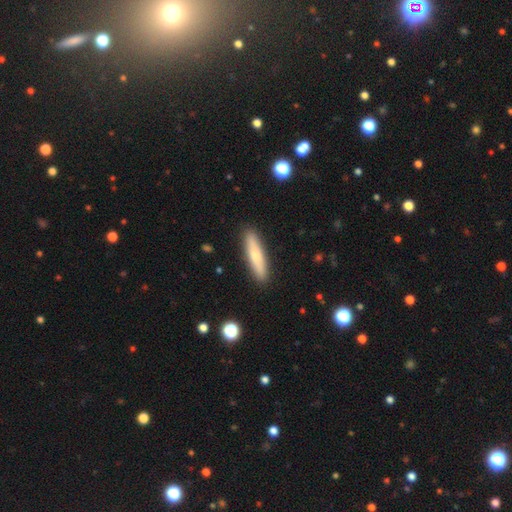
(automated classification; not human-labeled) Overall: smooth (62%; featured or disk 32%). How rounded: cigar-shaped (79%). Merging: none (90%).